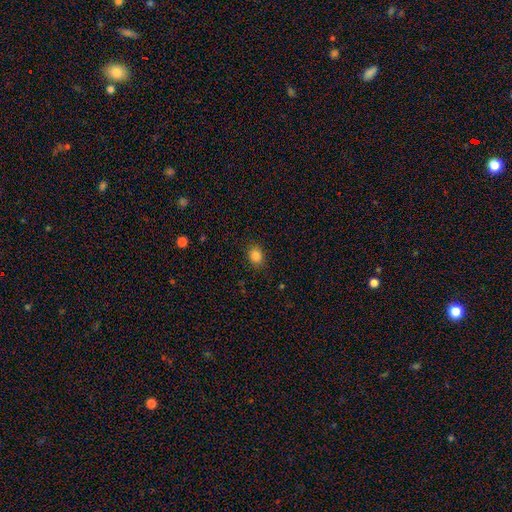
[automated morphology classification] Smooth or featured? smooth (85%)
How rounded? in between (52%)
Merging? none (88%)